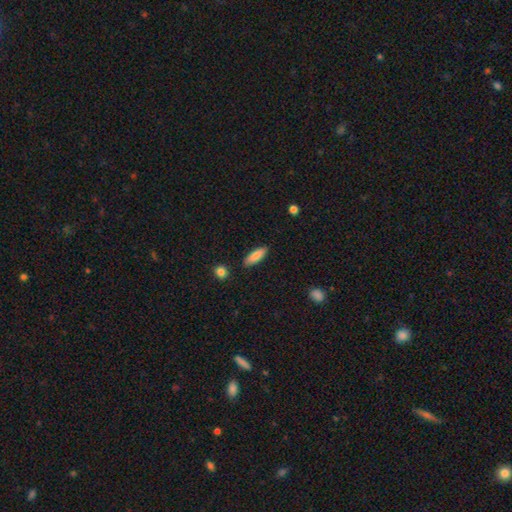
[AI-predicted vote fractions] smooth 85%, featured or disk 9%, star or artifact 6%. Down the decision tree: how rounded — in between (56%); merging — none (88%).